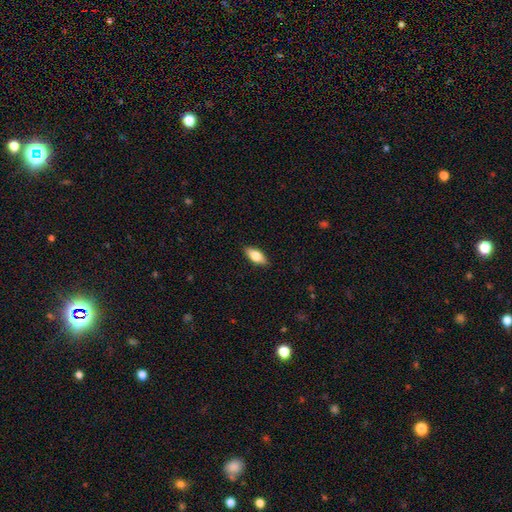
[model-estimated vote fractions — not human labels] A smooth galaxy with no disk features (75%) that is in between round and cigar-shaped (81%). Merging: none (88%).